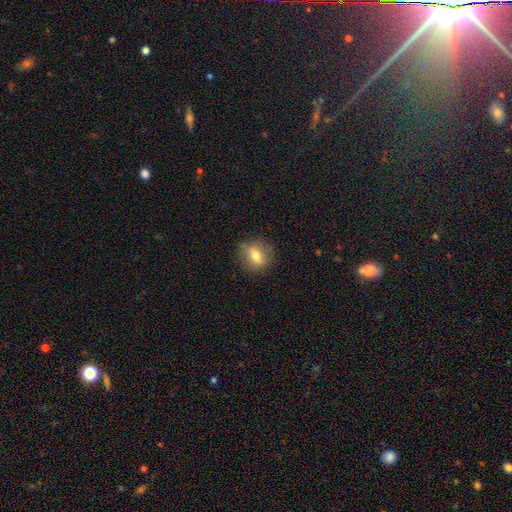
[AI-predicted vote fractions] Q: Smooth or featured?
A: smooth (68%); runner-up: featured or disk (23%)
Q: How rounded?
A: round (63%); runner-up: in between (34%)
Q: Merging?
A: none (80%); runner-up: minor disturbance (15%)